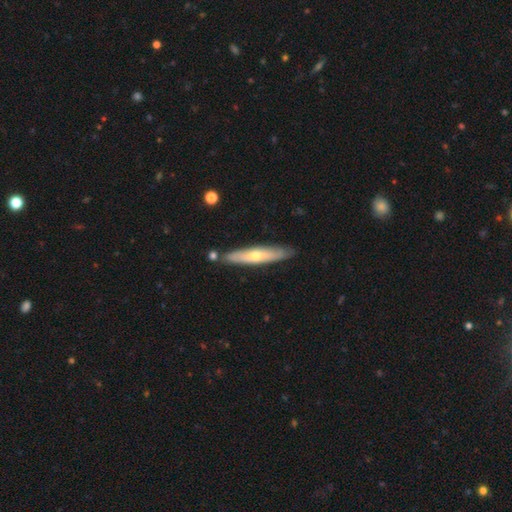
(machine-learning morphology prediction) featured or disk 51%, smooth 43%, star or artifact 6%. Down the decision tree: edge-on disk — yes (78%); merging — none (82%).